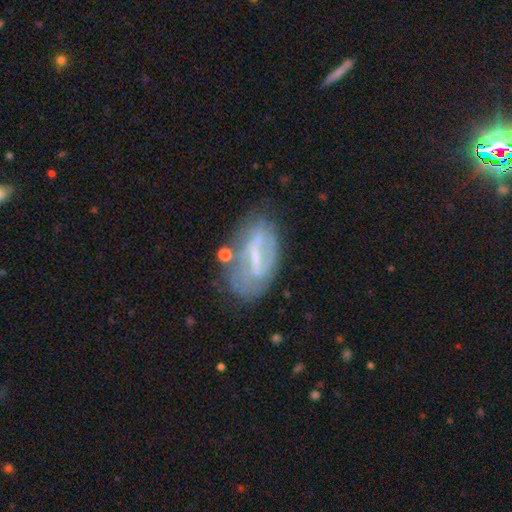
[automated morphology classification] Smooth or featured? Predicted: featured or disk (p=0.69). Edge-on disk? Predicted: no (p=0.91). Bar? Predicted: strong (p=0.58). Spiral arms? Predicted: yes (p=0.57). Bulge size? Predicted: small (p=0.49). Merging? Predicted: none (p=0.61).